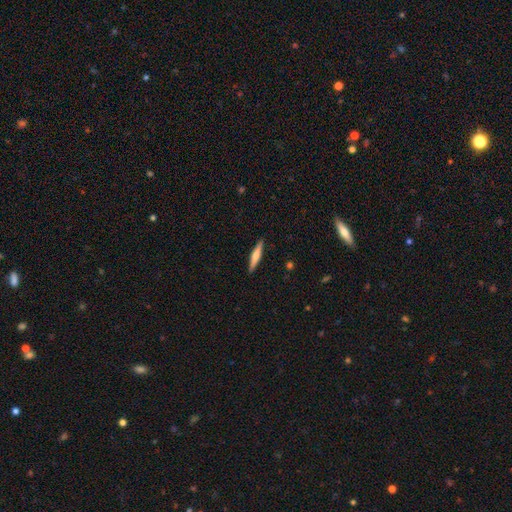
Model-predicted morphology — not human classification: Smooth or featured? Predicted: smooth (p=0.49). Merging? Predicted: none (p=0.91).